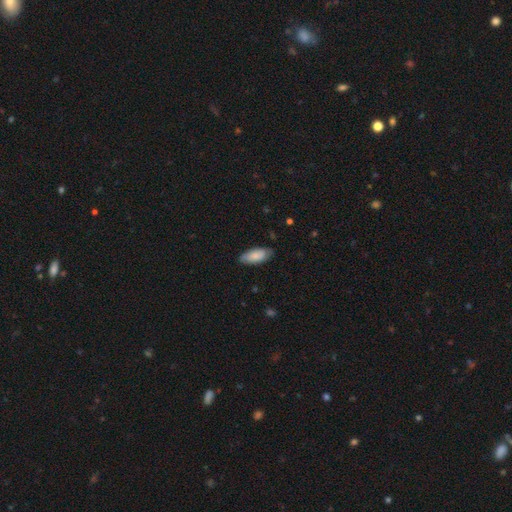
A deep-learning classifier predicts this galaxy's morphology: Smooth or featured? smooth (77%)
How rounded? in between (86%)
Merging? none (80%)